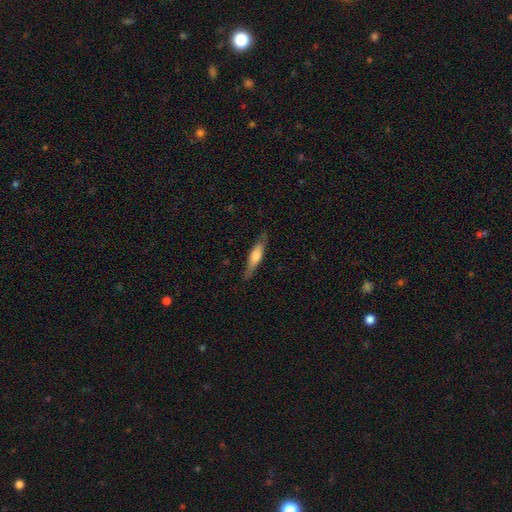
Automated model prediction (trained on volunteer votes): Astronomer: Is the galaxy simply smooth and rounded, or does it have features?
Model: smooth — 53% (runner-up: featured or disk, 41%).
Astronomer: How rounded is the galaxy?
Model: cigar-shaped — 79%.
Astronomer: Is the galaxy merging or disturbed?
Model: none — 83%.